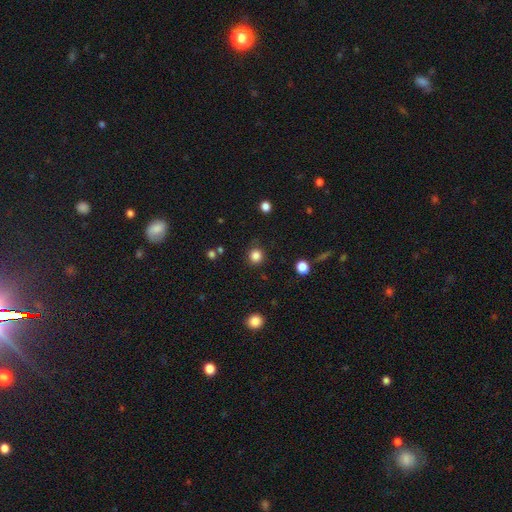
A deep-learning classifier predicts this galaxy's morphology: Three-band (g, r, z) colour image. It shows a smooth galaxy with no disk features (84%) that is round (91%). Merging: none (85%).